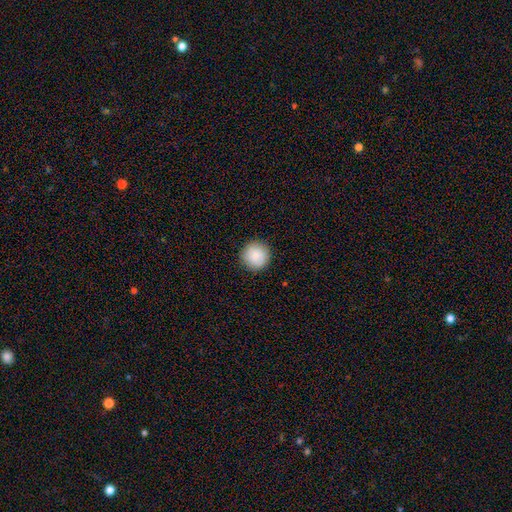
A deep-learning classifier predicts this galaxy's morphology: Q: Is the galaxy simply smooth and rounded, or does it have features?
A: smooth — 87%.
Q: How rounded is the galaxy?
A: round — 96%.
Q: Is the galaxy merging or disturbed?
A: none — 91%.